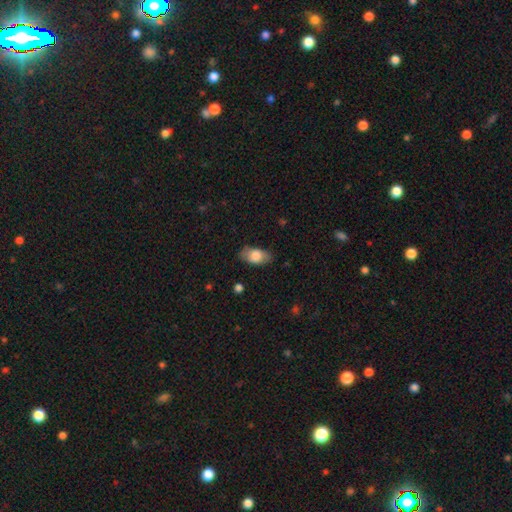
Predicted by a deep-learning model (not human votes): A smooth galaxy with no disk features (78%) that is in between round and cigar-shaped (91%). Merging: none (79%).